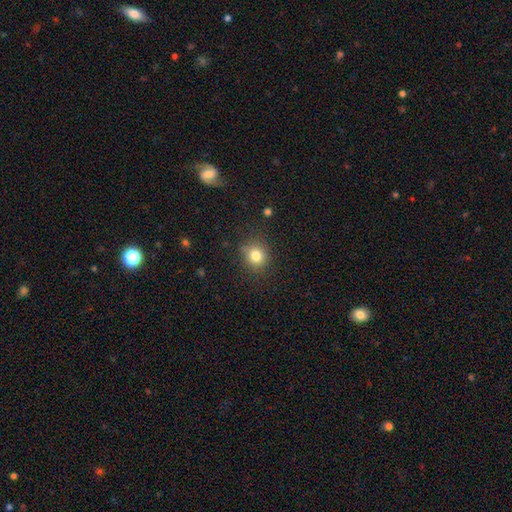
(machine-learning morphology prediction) Smooth or featured: smooth — 81% (star or artifact — 13%)
How rounded: round — 84% (in between — 15%)
Merging: none — 83% (minor disturbance — 12%)